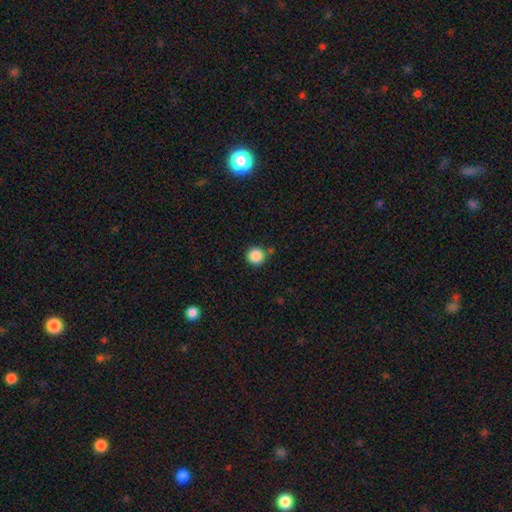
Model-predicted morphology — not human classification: Overall: smooth (87%). How rounded: round (96%). Merging: none (84%).